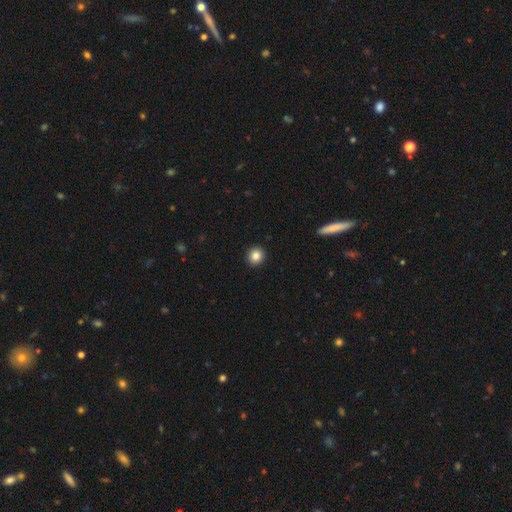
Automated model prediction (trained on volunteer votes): This is clearly a smooth galaxy (86%). How rounded: clearly round (91%). Merging: clearly none (93%).